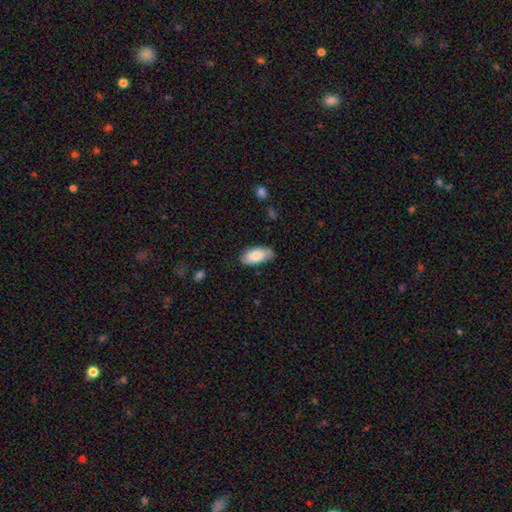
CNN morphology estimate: This is clearly a smooth galaxy (81%). How rounded: clearly in between (91%). Merging: likely none (78%).